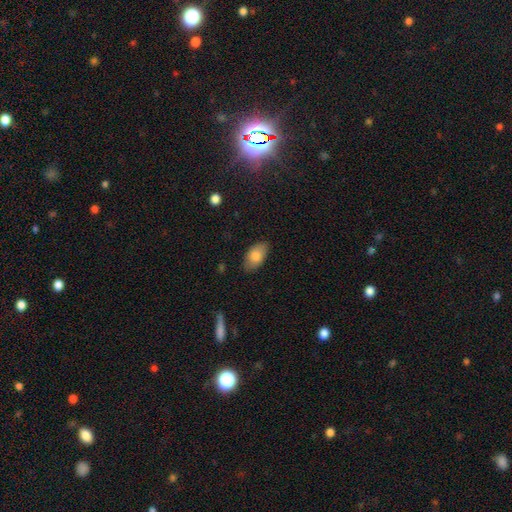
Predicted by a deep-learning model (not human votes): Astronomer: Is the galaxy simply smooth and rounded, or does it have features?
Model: smooth — 81%.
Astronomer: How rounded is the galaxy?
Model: in between — 94%.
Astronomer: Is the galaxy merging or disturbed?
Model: none — 82%.